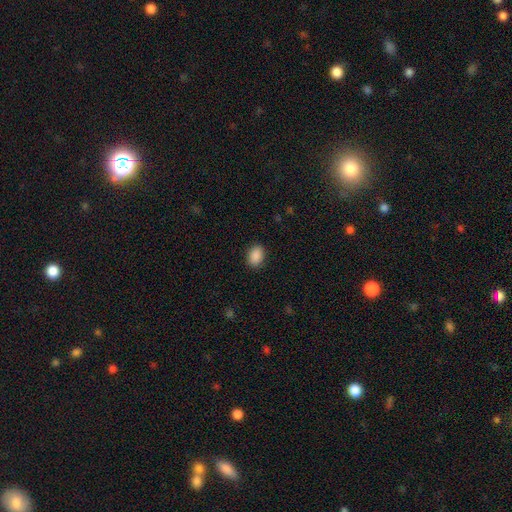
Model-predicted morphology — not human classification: Smooth or featured? smooth (90%)
How rounded? in between (80%)
Merging? none (89%)